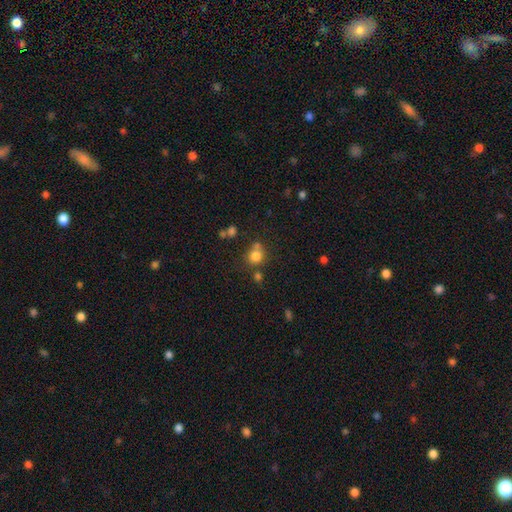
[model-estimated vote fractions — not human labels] Smooth or featured: smooth — 79% (star or artifact — 13%)
How rounded: round — 83% (in between — 16%)
Merging: none — 57% (merger — 24%)